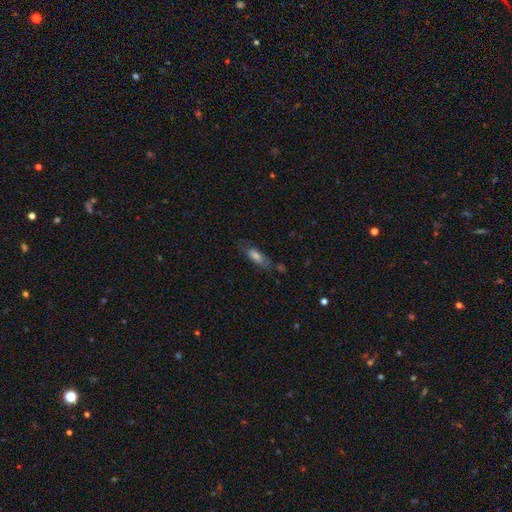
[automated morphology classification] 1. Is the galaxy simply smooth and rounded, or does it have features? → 59% smooth, 28% featured or disk, 13% star or artifact.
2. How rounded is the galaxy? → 54% in between, 43% cigar-shaped, 3% round.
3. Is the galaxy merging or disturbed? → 66% none, 21% minor disturbance, 8% major disturbance, 5% merger.